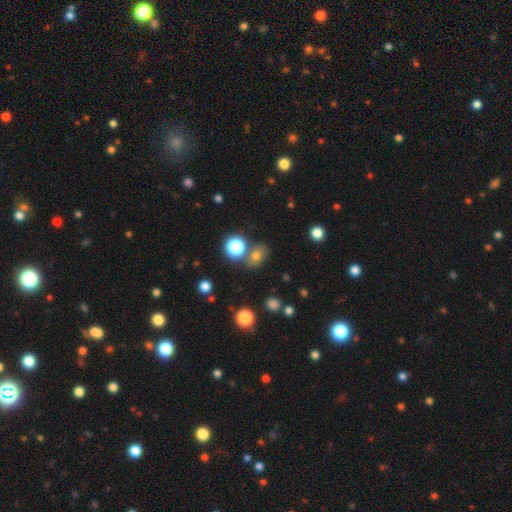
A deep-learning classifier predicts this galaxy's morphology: Smooth or featured?
  - smooth: 70% *
  - star or artifact: 20%
  - featured or disk: 11%
How rounded?
  - in between: 53% *
  - round: 46%
  - cigar-shaped: 1%
Merging?
  - none: 69% *
  - merger: 14%
  - minor disturbance: 12%
  - major disturbance: 5%